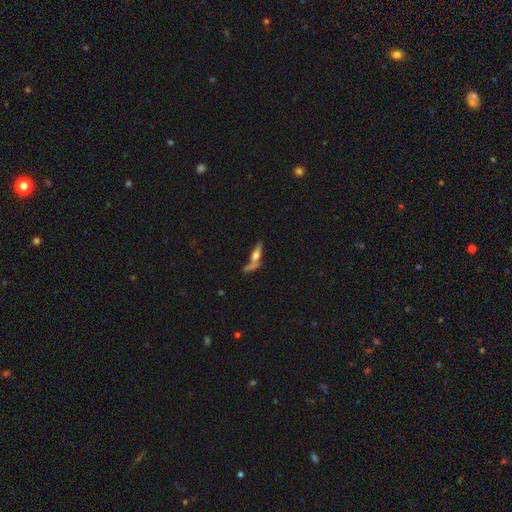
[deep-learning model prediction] smooth 47%, featured or disk 44%, star or artifact 9%. Down the decision tree: merging — none (45%).